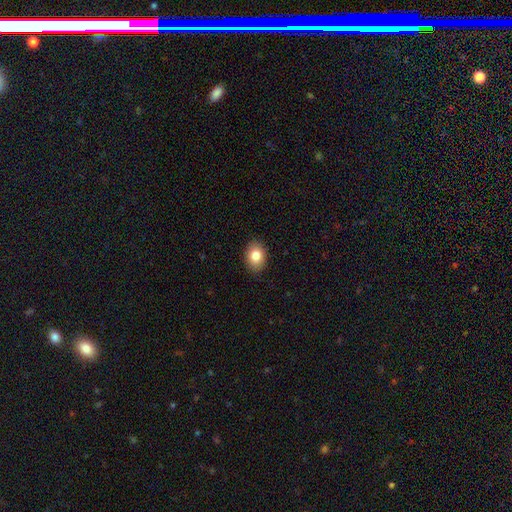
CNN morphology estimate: A smooth galaxy with no disk features (83%) that is in between round and cigar-shaped (73%).

Vote fractions:
- Smooth or featured? smooth: 83% / star or artifact: 8% / featured or disk: 8%
- How rounded? in between: 73% / round: 26% / cigar-shaped: 1%
- Merging? none: 89% / minor disturbance: 8% / major disturbance: 2% / merger: 1%